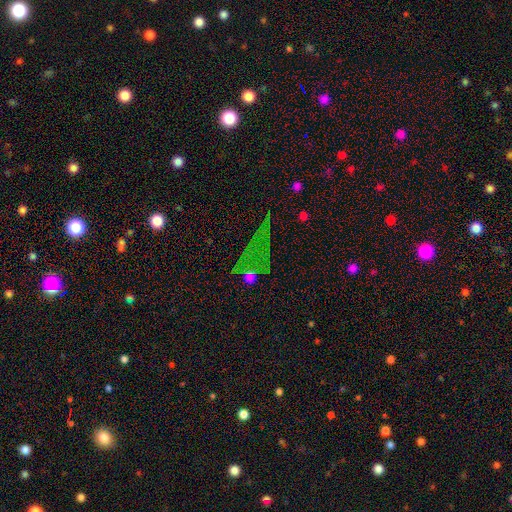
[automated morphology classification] star or artifact 62%, smooth 25%, featured or disk 14%.